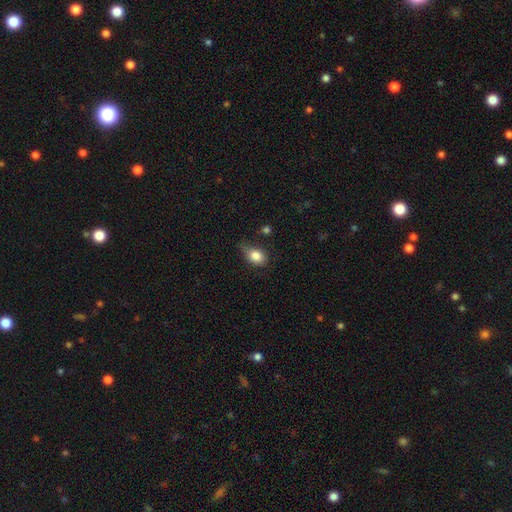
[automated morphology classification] A smooth galaxy with no disk features (82%) that is in between round and cigar-shaped (67%).

Vote fractions:
- Smooth or featured? smooth: 82% / star or artifact: 9% / featured or disk: 8%
- How rounded? in between: 67% / round: 32% / cigar-shaped: 2%
- Merging? none: 52% / minor disturbance: 35% / major disturbance: 9% / merger: 3%